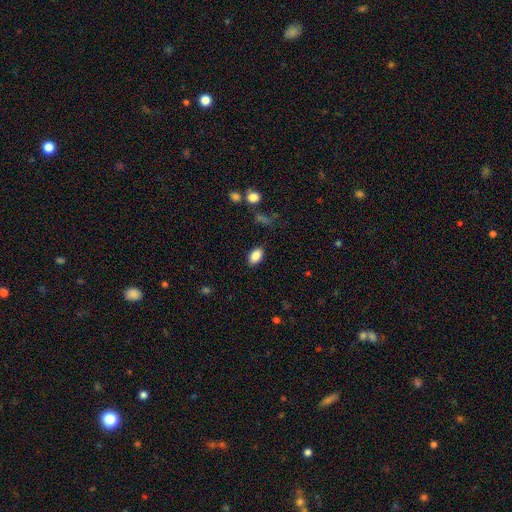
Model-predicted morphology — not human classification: Smooth or featured?
  - smooth: 87% *
  - star or artifact: 8%
  - featured or disk: 5%
How rounded?
  - in between: 90% *
  - round: 8%
  - cigar-shaped: 2%
Merging?
  - none: 87% *
  - minor disturbance: 9%
  - major disturbance: 3%
  - merger: 1%